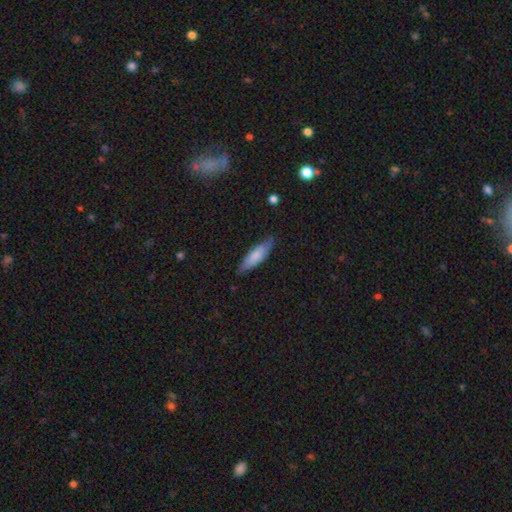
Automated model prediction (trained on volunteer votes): Q: Smooth or featured?
A: smooth (75%); runner-up: featured or disk (20%)
Q: How rounded?
A: cigar-shaped (57%); runner-up: in between (42%)
Q: Merging?
A: none (79%); runner-up: minor disturbance (17%)